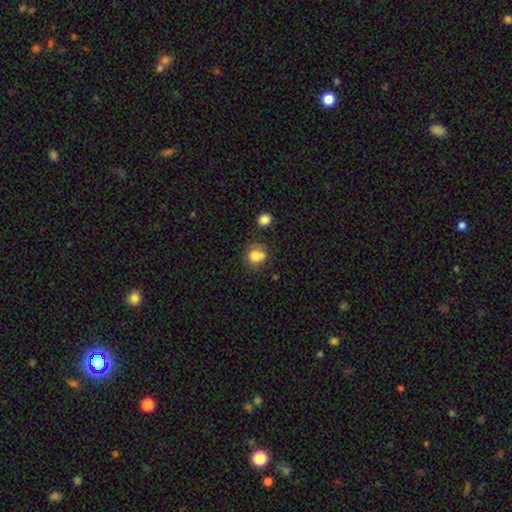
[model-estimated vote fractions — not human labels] This is likely a smooth galaxy (77%). How rounded: clearly round (83%). Merging: possibly none (55%).